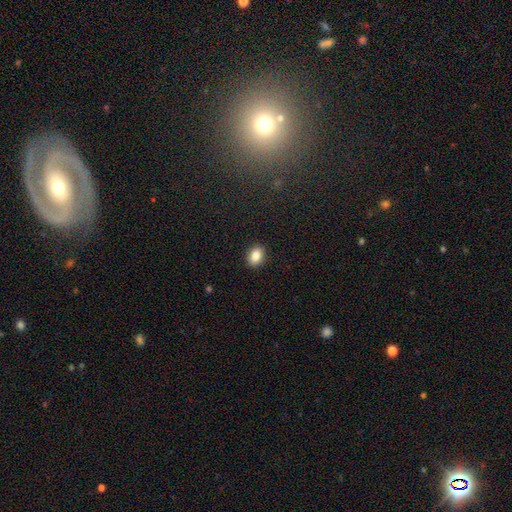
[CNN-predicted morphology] smooth_or_featured: smooth (p=0.87) [alt: star or artifact p=0.08]
how_rounded: in between (p=0.67) [alt: round p=0.32]
merging: none (p=0.90) [alt: minor disturbance p=0.07]